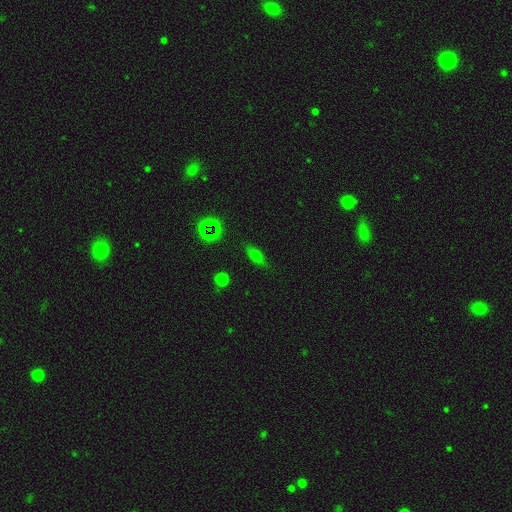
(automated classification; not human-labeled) A smooth galaxy with no disk features (57%) that is in between round and cigar-shaped (64%). Merging: none (81%).